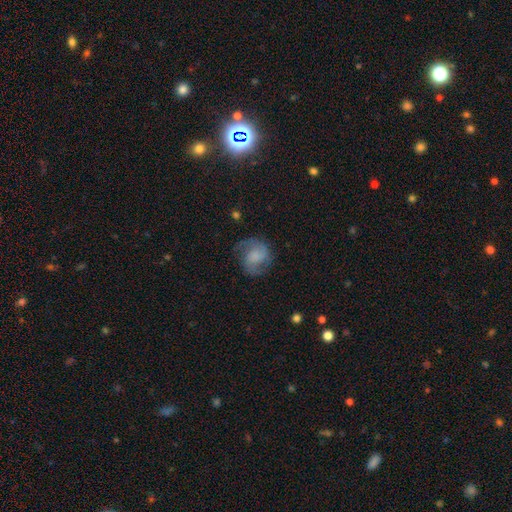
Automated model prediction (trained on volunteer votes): Smooth or featured? featured or disk (62%)
Edge-on disk? no (98%)
Bar? no (60%)
Spiral arms? yes (92%)
Spiral winding? medium (50%)
Spiral arm count? 2 (84%)
Bulge size? none (46%)
Merging? none (70%)